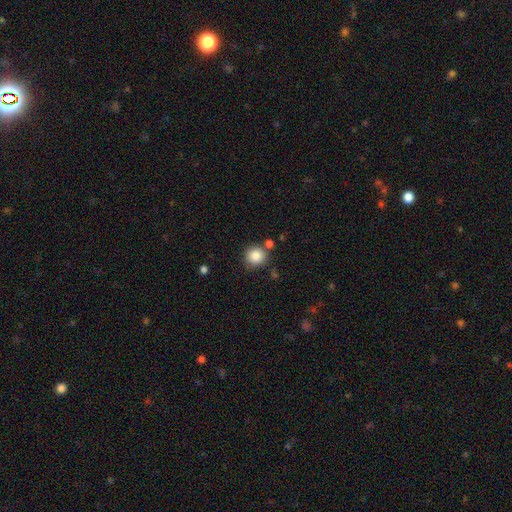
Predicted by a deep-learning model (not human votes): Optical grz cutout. It shows a smooth galaxy with no disk features (86%) that is round (91%). Merging: none (79%).